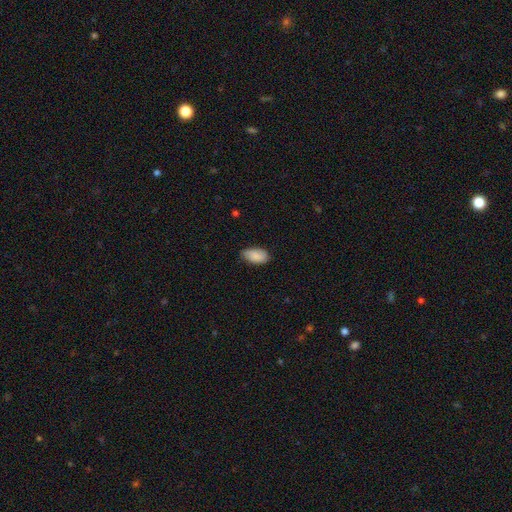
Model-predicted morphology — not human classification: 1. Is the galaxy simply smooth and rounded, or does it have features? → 86% smooth, 7% featured or disk, 6% star or artifact.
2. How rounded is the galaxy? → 94% in between, 3% round, 3% cigar-shaped.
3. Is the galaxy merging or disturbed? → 70% none, 26% minor disturbance, 4% major disturbance, 1% merger.